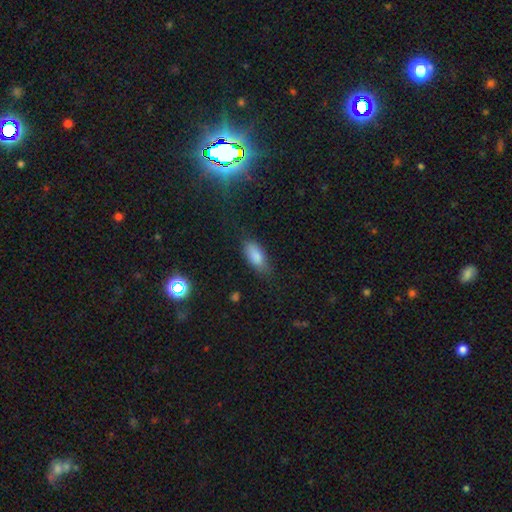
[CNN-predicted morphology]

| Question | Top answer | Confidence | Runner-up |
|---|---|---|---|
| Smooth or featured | smooth | 85% | star or artifact (8%) |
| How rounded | in between | 85% | cigar-shaped (12%) |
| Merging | none | 70% | minor disturbance (22%) |